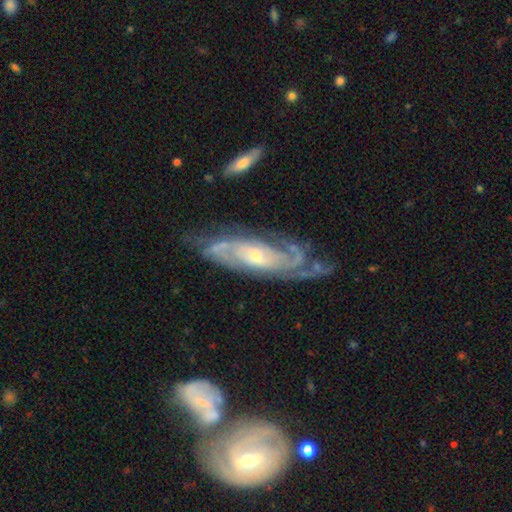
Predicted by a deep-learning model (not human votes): Overall: featured or disk (88%). Edge-on disk: no (88%). Bar: no (58%; weak 32%). Spiral arms: yes (96%). Spiral arm count: can't tell (30%; 2 26%). Spiral winding: tight (61%; medium 32%). Bulge size: small (53%; moderate 42%). Merging: none (62%; minor disturbance 22%).